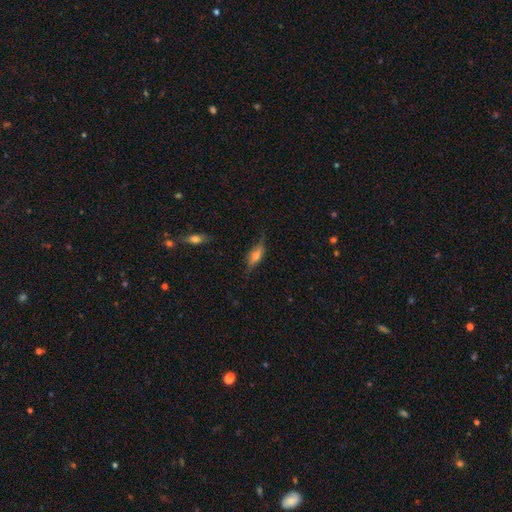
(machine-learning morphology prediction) Smooth or featured? smooth (52%)
How rounded? in between (65%)
Merging? none (67%)